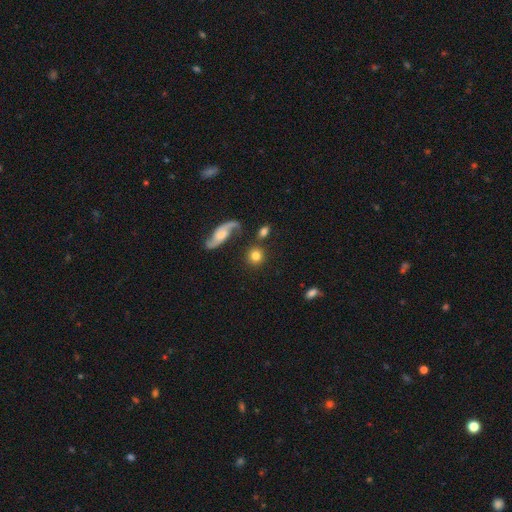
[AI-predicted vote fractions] Smooth or featured?
  - smooth: 75% *
  - featured or disk: 16%
  - star or artifact: 8%
How rounded?
  - round: 89% *
  - in between: 9%
  - cigar-shaped: 2%
Merging?
  - none: 78% *
  - minor disturbance: 10%
  - merger: 8%
  - major disturbance: 4%